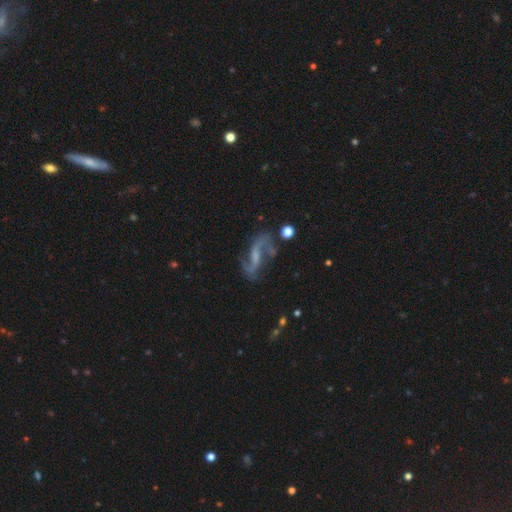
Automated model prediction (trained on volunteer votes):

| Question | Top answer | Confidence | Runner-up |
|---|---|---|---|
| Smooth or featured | featured or disk | 86% | star or artifact (7%) |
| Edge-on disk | no | 95% | yes (5%) |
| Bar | weak | 47% | strong (30%) |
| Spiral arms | yes | 95% | no (5%) |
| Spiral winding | loose | 66% | medium (27%) |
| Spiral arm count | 2 | 91% | can't tell (3%) |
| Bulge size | small | 39% | none (36%) |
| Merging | none | 66% | minor disturbance (17%) |